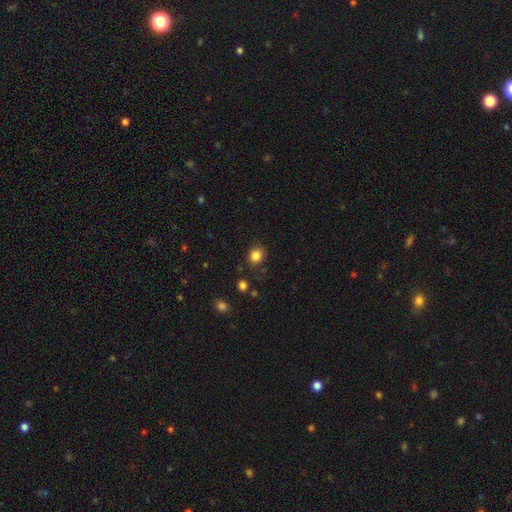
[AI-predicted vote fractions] This appears to be a smooth galaxy with no disk features (84%) that is round (70%). Merging: none (83%).